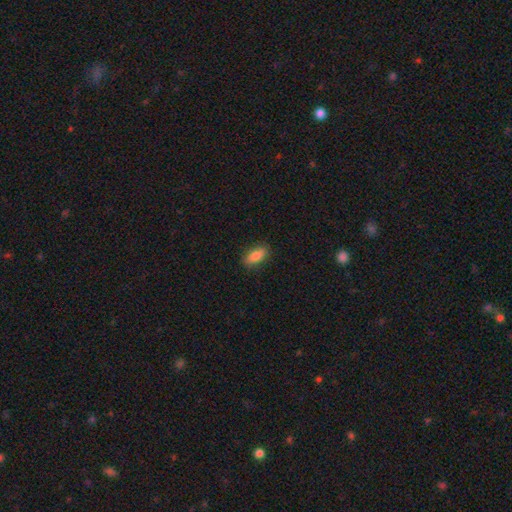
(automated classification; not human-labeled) A smooth galaxy with no disk features (81%) that is in between round and cigar-shaped (81%). Merging: none (86%).